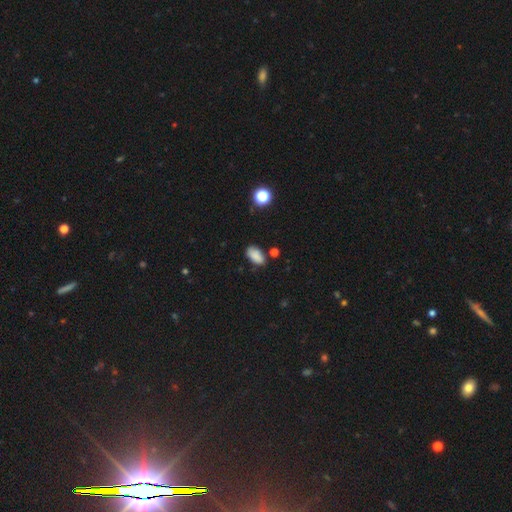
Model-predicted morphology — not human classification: A smooth galaxy with no disk features (85%) that is in between round and cigar-shaped (92%). Merging: none (76%).